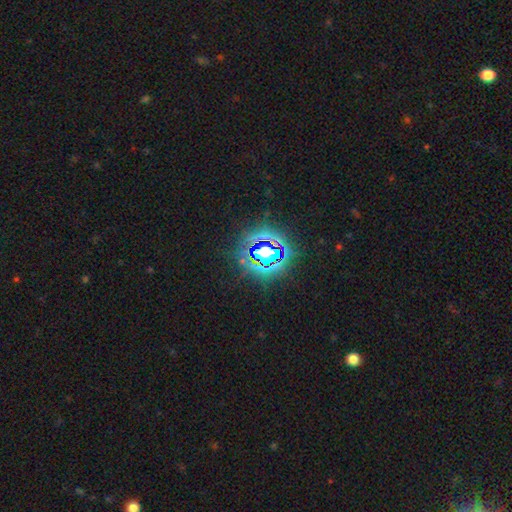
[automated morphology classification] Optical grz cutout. It shows a star or artifact, not a galaxy (79%).